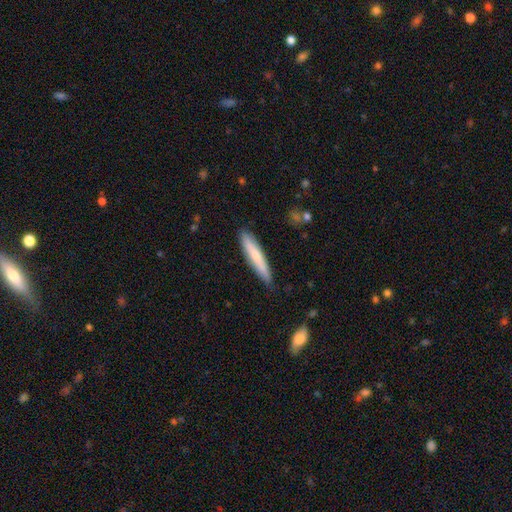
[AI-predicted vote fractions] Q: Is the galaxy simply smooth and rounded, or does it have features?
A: smooth — 70%.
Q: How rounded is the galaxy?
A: cigar-shaped — 91%.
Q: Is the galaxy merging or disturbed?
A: none — 84%.